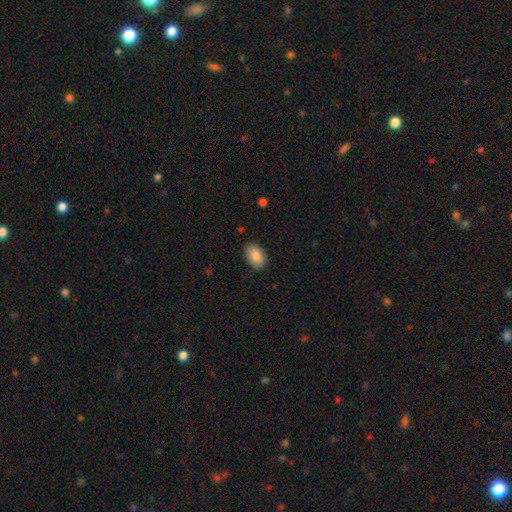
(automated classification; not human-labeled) A smooth galaxy with no disk features (87%) that is in between round and cigar-shaped (91%). Merging: none (84%).